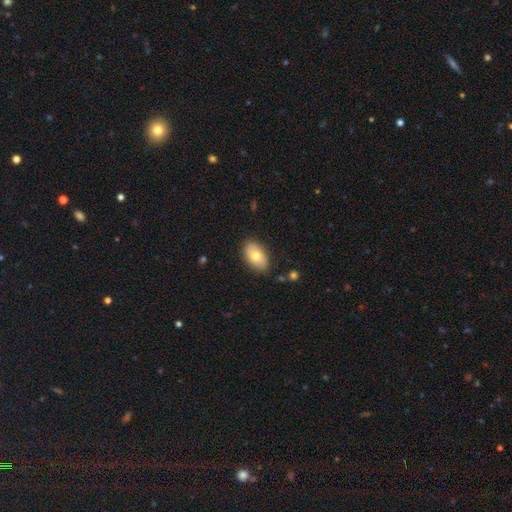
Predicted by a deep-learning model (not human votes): Smooth or featured? Predicted: smooth (p=0.72). How rounded? Predicted: in between (p=0.92). Merging? Predicted: none (p=0.84).